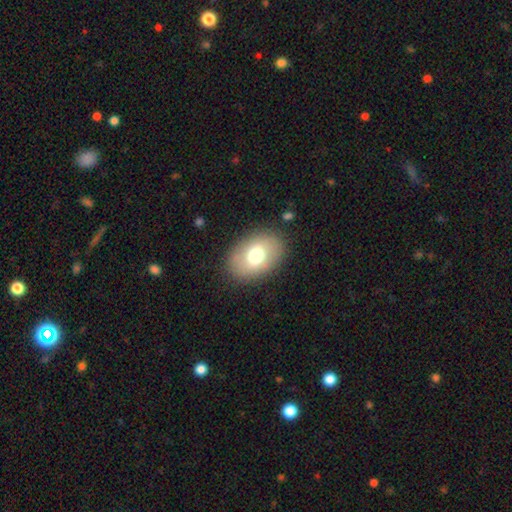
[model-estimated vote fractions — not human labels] Morphology: type=smooth (71%); roundness=in between (80%); merging=none (86%).